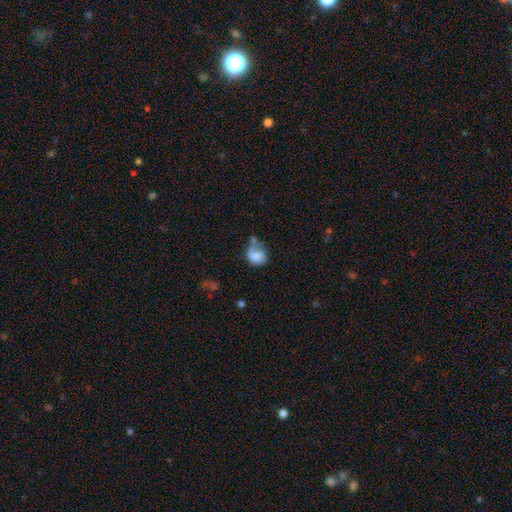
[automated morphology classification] smooth-or-featured: smooth: 68% | featured or disk: 22% | star or artifact: 9%
  how-rounded: round: 58% | in between: 41% | cigar-shaped: 1%
  merging: none: 33% | minor disturbance: 28% | major disturbance: 22% | merger: 16%